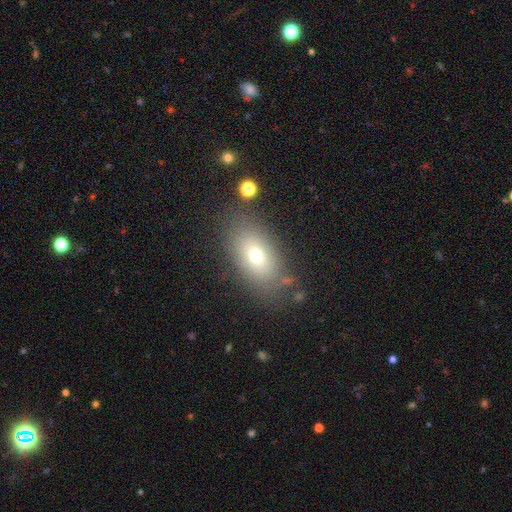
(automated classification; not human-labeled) Q: Smooth or featured?
A: smooth (69%); runner-up: featured or disk (18%)
Q: How rounded?
A: in between (85%); runner-up: round (11%)
Q: Merging?
A: none (79%); runner-up: minor disturbance (13%)